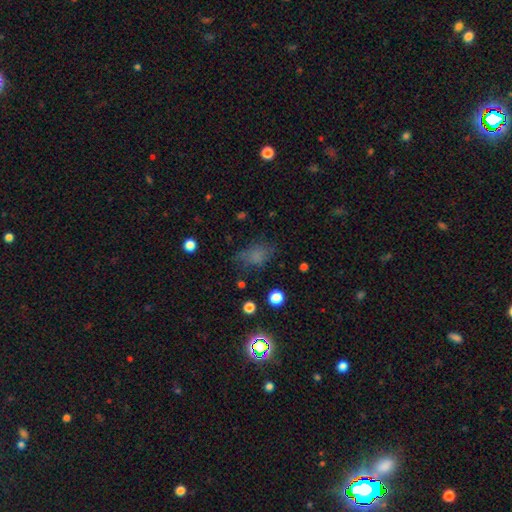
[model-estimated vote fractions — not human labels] A smooth galaxy with no disk features (63%) that is in between round and cigar-shaped (73%).

Vote fractions:
- Smooth or featured? smooth: 63% / star or artifact: 23% / featured or disk: 14%
- How rounded? in between: 73% / round: 24% / cigar-shaped: 3%
- Merging? none: 56% / minor disturbance: 25% / major disturbance: 16% / merger: 3%